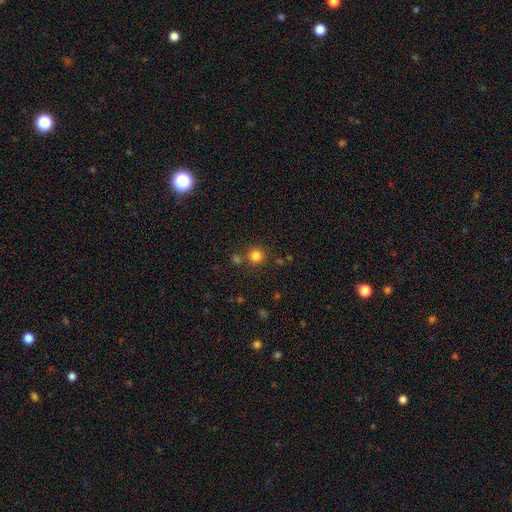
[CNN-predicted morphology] Smooth or featured: smooth — 82% (star or artifact — 14%)
How rounded: round — 94% (in between — 5%)
Merging: none — 78% (merger — 11%)